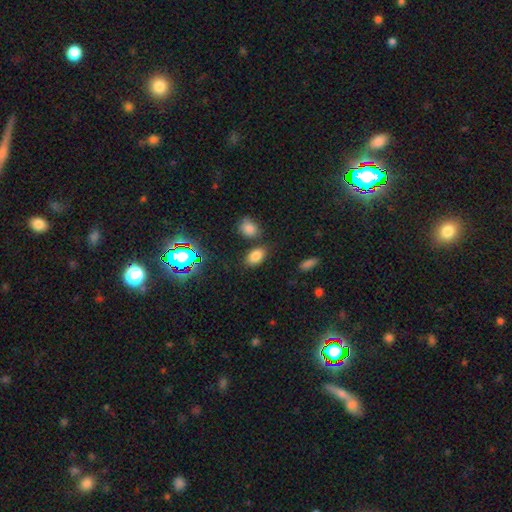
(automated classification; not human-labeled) A smooth galaxy with no disk features (79%) that is in between round and cigar-shaped (87%). Merging: none (75%).